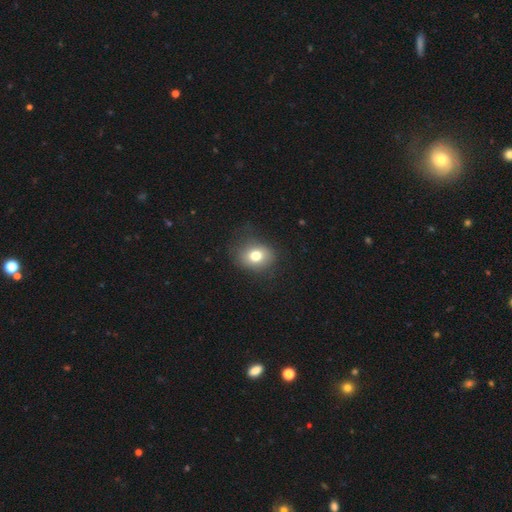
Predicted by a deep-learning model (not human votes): Q: Smooth or featured?
A: smooth (75%); runner-up: featured or disk (13%)
Q: How rounded?
A: round (56%); runner-up: in between (43%)
Q: Merging?
A: none (77%); runner-up: minor disturbance (16%)